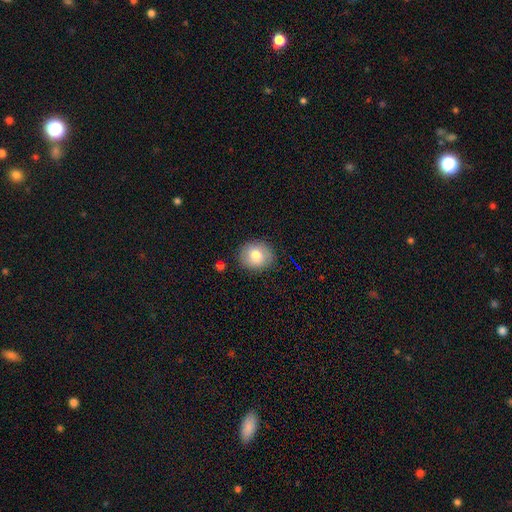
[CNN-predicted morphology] Overall: smooth (79%). How rounded: round (77%). Merging: none (85%).